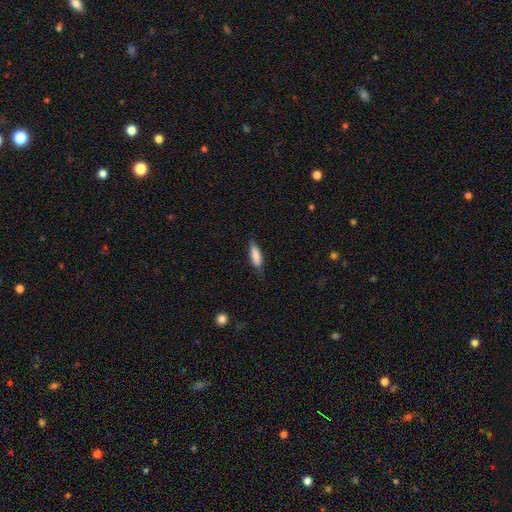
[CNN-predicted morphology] Smooth or featured: smooth — 85% (featured or disk — 8%)
How rounded: in between — 58% (cigar-shaped — 40%)
Merging: none — 75% (minor disturbance — 20%)